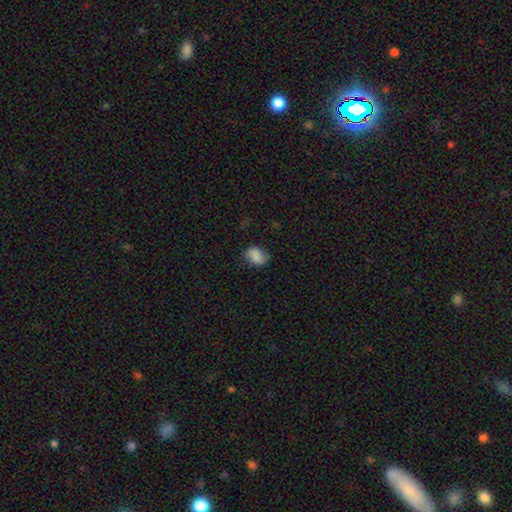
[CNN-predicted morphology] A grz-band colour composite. It shows a smooth galaxy with no disk features (79%) that is in between round and cigar-shaped (72%). Merging: none (68%).